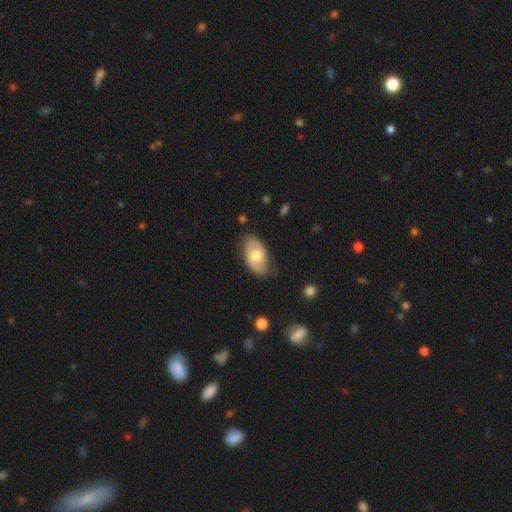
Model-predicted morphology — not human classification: A smooth galaxy with no disk features (62%) that is in between round and cigar-shaped (94%).

Vote fractions:
- Smooth or featured? smooth: 62% / featured or disk: 32% / star or artifact: 6%
- How rounded? in between: 94% / round: 5% / cigar-shaped: 2%
- Merging? none: 73% / minor disturbance: 21% / major disturbance: 4% / merger: 2%